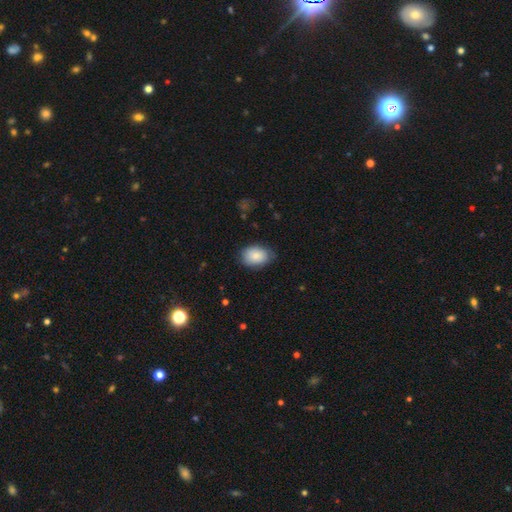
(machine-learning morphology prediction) This appears to be a smooth galaxy with no disk features (83%) that is in between round and cigar-shaped (82%). Merging: none (73%).